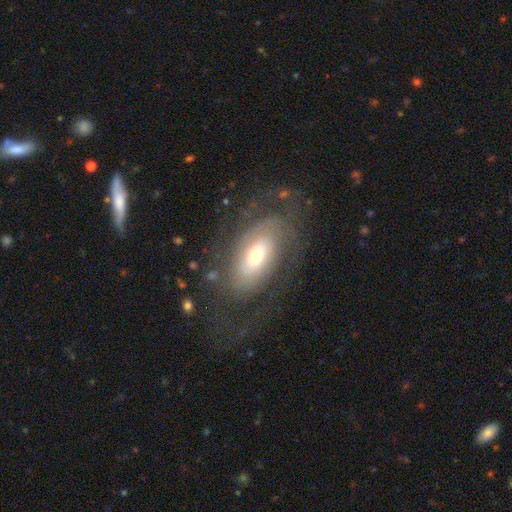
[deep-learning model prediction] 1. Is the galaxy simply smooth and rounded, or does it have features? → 71% featured or disk, 22% smooth, 7% star or artifact.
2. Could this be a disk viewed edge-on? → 92% no, 8% yes.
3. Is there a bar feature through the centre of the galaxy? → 62% no, 27% weak, 11% strong.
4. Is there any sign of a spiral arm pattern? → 81% yes, 19% no.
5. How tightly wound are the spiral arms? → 56% tight, 29% medium, 15% loose.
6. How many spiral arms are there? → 44% can't tell, 34% 2, 8% 3, 6% 1, 4% 4, 3% more than 4.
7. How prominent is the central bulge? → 61% moderate, 25% small, 10% large, 2% dominant, 1% none.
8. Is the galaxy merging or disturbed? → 65% none, 17% minor disturbance, 16% major disturbance, 2% merger.